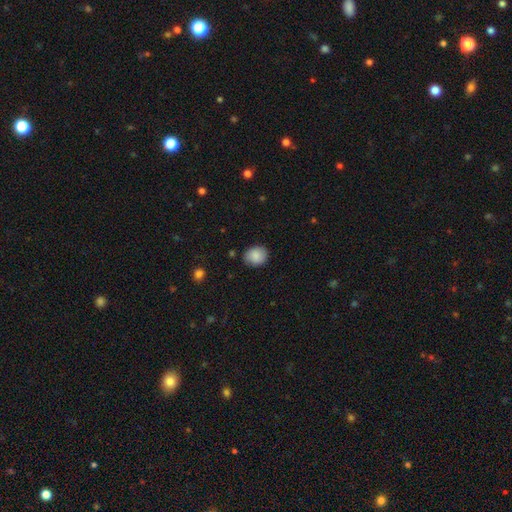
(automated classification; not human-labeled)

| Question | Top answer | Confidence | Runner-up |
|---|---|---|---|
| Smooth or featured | smooth | 87% | star or artifact (8%) |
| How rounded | round | 61% | in between (39%) |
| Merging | none | 83% | minor disturbance (13%) |